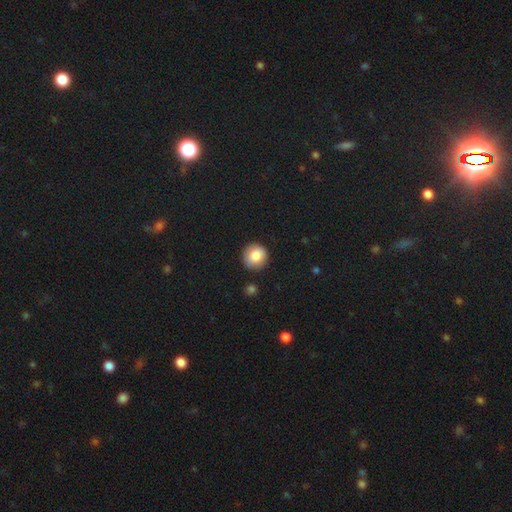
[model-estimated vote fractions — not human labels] Overall: smooth (86%). How rounded: round (93%). Merging: none (87%).